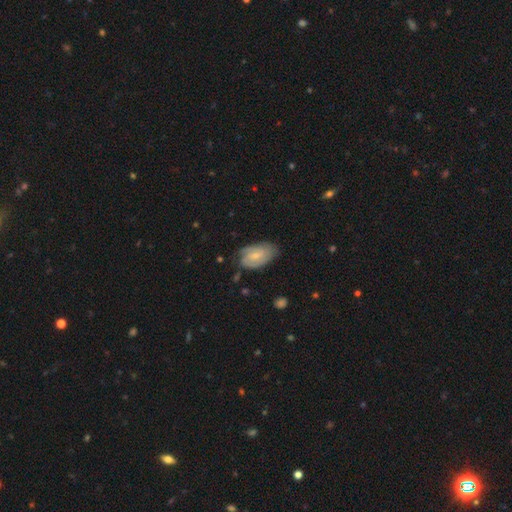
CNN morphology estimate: type=featured or disk (63%); edge-on=no (95%); bar=no (50%); spiral arms=yes (88%); winding=tight (53%); arm count=2 (47%); bulge=small (65%); merging=none (61%).